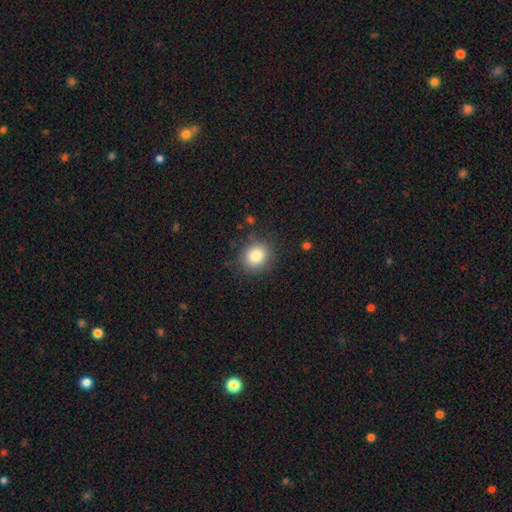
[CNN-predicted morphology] smooth-or-featured: smooth: 83% | star or artifact: 10% | featured or disk: 6%
  how-rounded: round: 78% | in between: 21% | cigar-shaped: 1%
  merging: none: 86% | minor disturbance: 10% | major disturbance: 3% | merger: 1%